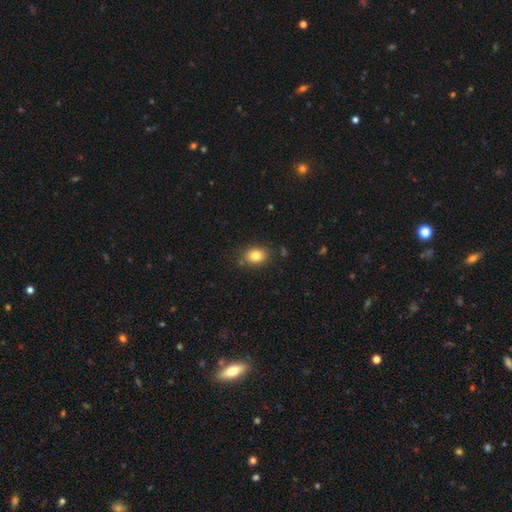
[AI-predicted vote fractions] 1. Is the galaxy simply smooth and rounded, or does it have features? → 82% smooth, 10% star or artifact, 8% featured or disk.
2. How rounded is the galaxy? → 55% in between, 44% round, 1% cigar-shaped.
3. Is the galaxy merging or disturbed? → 83% none, 11% minor disturbance, 3% merger, 3% major disturbance.